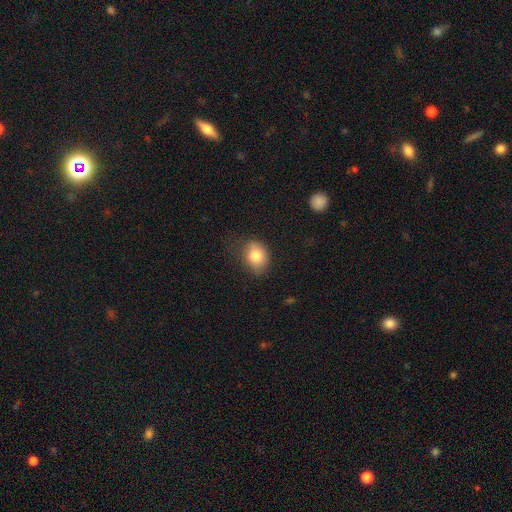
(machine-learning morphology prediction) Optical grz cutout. It shows a smooth galaxy with no disk features (80%) that is in between round and cigar-shaped (58%). Merging: none (65%).